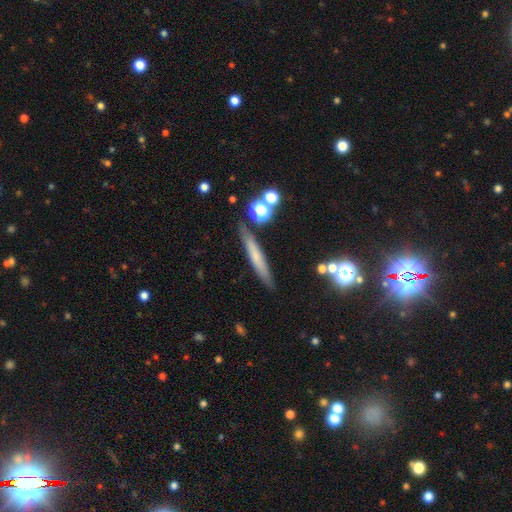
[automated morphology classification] The model was most divided on "smooth or featured": smooth: 55%, featured or disk: 34%, star or artifact: 11%. More confident: how rounded — cigar-shaped (92%); merging — none (84%).